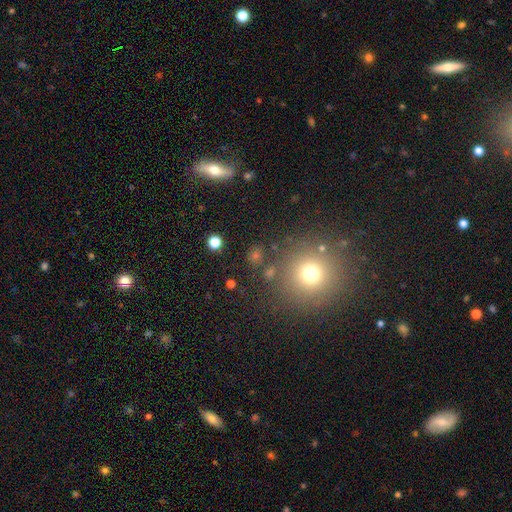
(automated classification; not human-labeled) smooth_or_featured: smooth (p=0.60) [alt: star or artifact p=0.30]
how_rounded: round (p=0.81) [alt: in between p=0.16]
merging: none (p=0.81) [alt: minor disturbance p=0.09]